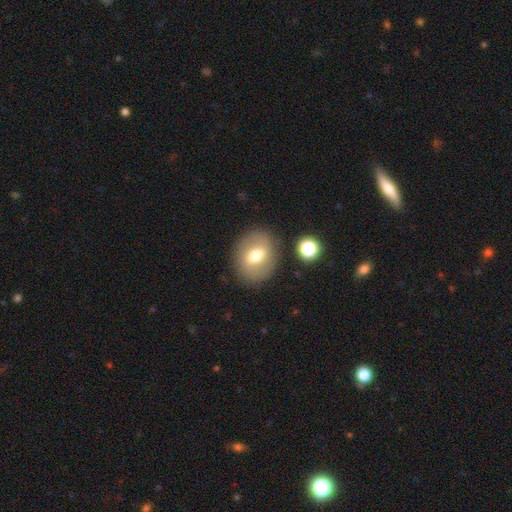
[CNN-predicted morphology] This is likely a smooth galaxy (61%). How rounded: possibly round (50%). Merging: clearly none (82%).